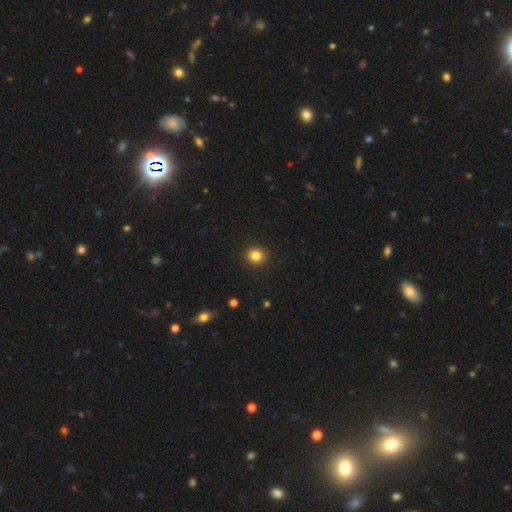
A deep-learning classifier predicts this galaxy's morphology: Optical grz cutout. It shows a smooth galaxy with no disk features (84%) that is round (85%). Merging: none (92%).